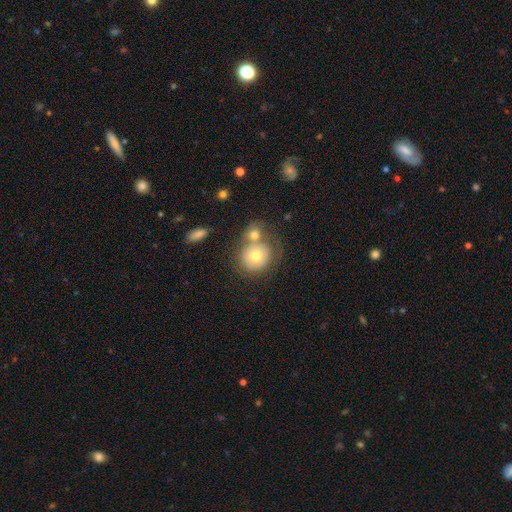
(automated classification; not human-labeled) Smooth or featured? Predicted: smooth (p=0.68). How rounded? Predicted: round (p=0.80). Merging? Predicted: none (p=0.40, tied with merger).